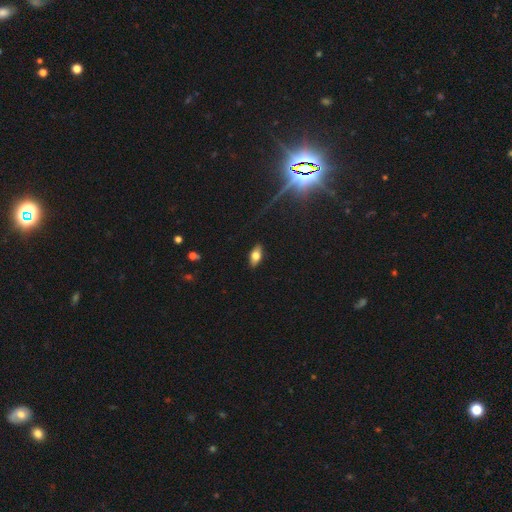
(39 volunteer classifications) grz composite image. It shows a smooth galaxy with no disk features (59%) that is in between round and cigar-shaped (83%). Merging: none (83%).